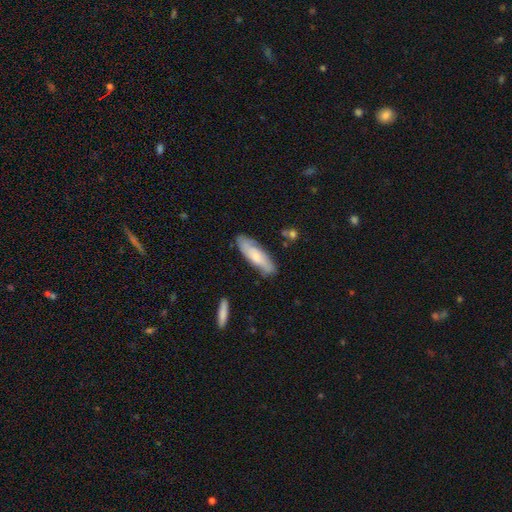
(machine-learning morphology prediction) Smooth or featured?
  - smooth: 55% *
  - featured or disk: 39%
  - star or artifact: 6%
How rounded?
  - cigar-shaped: 51% *
  - in between: 47%
  - round: 2%
Merging?
  - none: 77% *
  - minor disturbance: 17%
  - major disturbance: 3%
  - merger: 2%